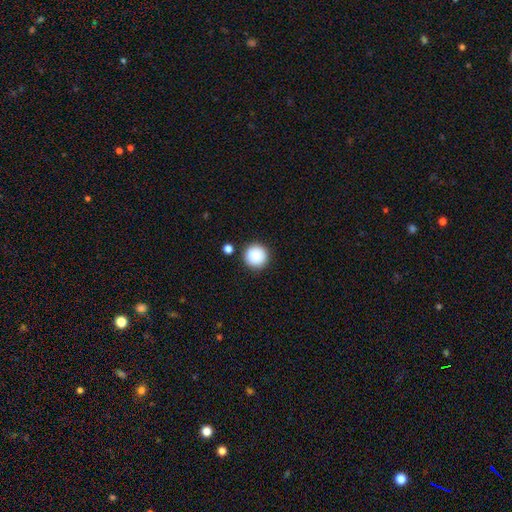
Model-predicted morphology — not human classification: A smooth galaxy with no disk features (87%) that is round (96%).

Vote fractions:
- Smooth or featured? smooth: 87% / star or artifact: 8% / featured or disk: 5%
- How rounded? round: 96% / in between: 3% / cigar-shaped: 1%
- Merging? none: 89% / minor disturbance: 6% / merger: 3% / major disturbance: 2%